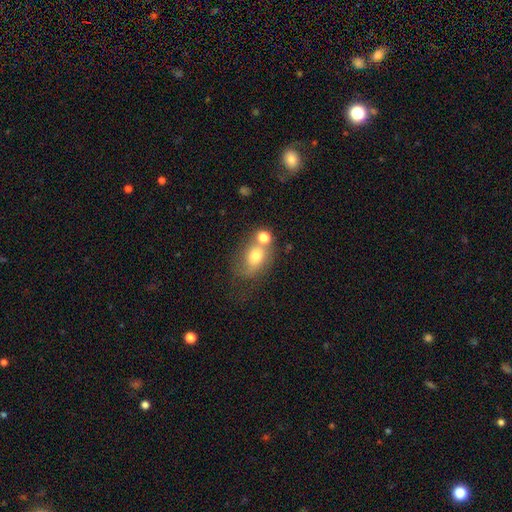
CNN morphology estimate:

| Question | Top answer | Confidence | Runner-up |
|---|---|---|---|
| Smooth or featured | smooth | 69% | featured or disk (19%) |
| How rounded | in between | 59% | round (39%) |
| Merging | none | 39% | merger (29%) |